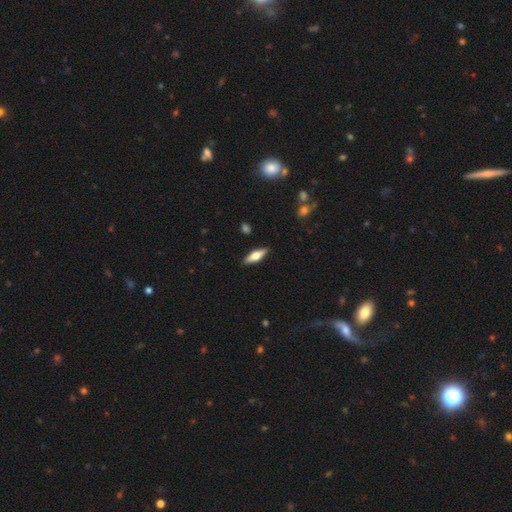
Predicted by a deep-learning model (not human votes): Morphology: type=smooth (51%); roundness=cigar-shaped (49%); merging=none (88%).